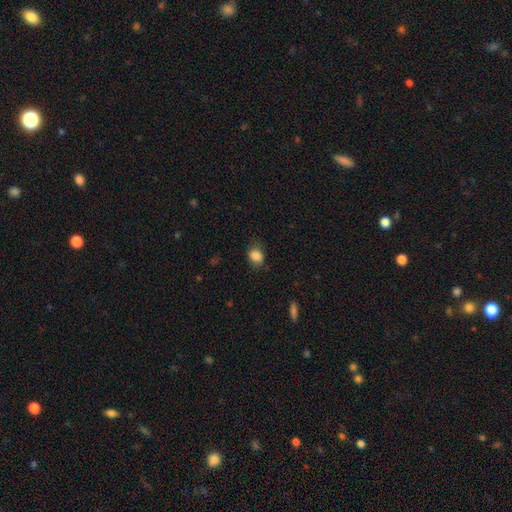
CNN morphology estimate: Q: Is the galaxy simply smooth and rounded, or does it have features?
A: smooth — 86%.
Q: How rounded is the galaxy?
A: in between — 54%.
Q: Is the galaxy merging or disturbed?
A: none — 71%.